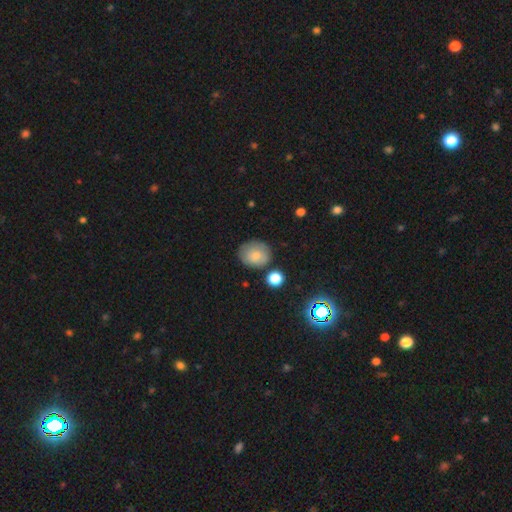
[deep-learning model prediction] Overall: smooth (75%). How rounded: round (68%; in between 31%). Merging: none (71%).